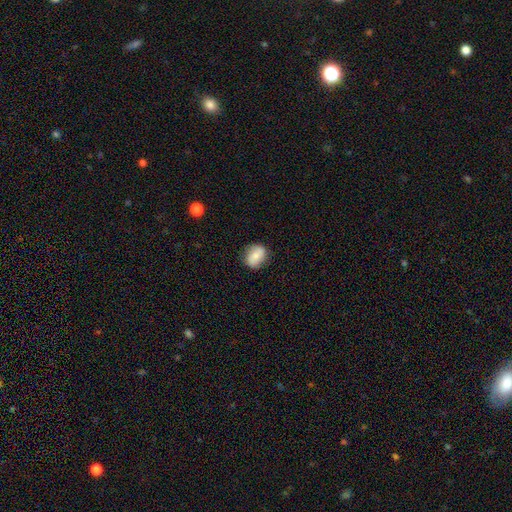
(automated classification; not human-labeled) Smooth or featured: smooth — 66% (featured or disk — 27%)
How rounded: in between — 54% (round — 44%)
Merging: none — 80% (minor disturbance — 15%)